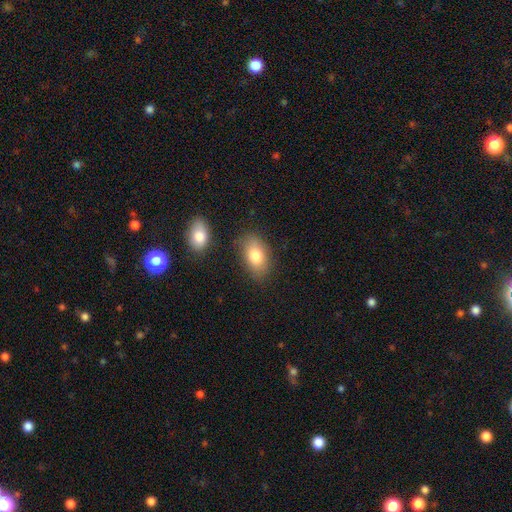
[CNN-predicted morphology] type=smooth (80%); roundness=in between (89%); merging=none (79%).